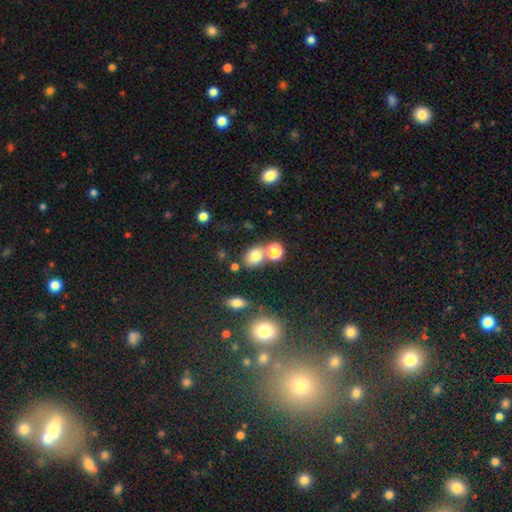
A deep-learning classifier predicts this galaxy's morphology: smooth_or_featured: smooth (p=0.77) [alt: star or artifact p=0.15]
how_rounded: in between (p=0.52) [alt: round p=0.47]
merging: none (p=0.59) [alt: merger p=0.25]